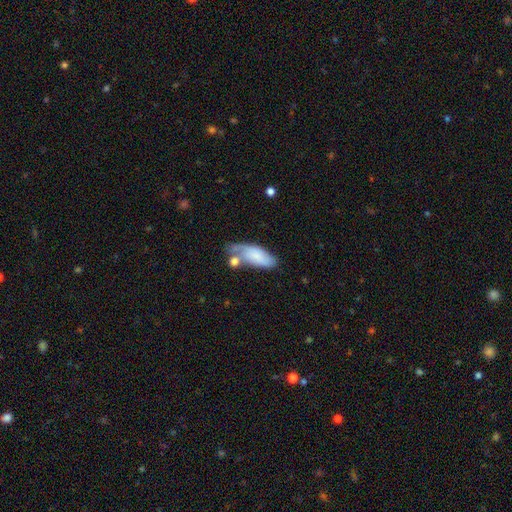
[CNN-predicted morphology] Smooth or featured?
  - smooth: 71% *
  - featured or disk: 22%
  - star or artifact: 7%
How rounded?
  - in between: 79% *
  - cigar-shaped: 19%
  - round: 2%
Merging?
  - none: 35% *
  - minor disturbance: 26%
  - merger: 24%
  - major disturbance: 15%